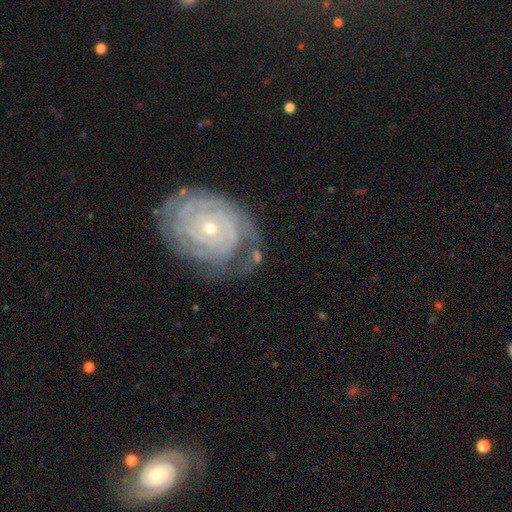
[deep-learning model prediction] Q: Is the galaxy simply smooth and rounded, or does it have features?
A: featured or disk — 84%.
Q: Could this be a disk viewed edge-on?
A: no — 97%.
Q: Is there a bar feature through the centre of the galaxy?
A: no — 79%.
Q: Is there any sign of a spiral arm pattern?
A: yes — 93%.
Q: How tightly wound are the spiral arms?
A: tight — 81%.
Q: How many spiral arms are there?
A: can't tell — 33%.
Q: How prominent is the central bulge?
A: small — 59%.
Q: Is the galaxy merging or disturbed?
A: none — 62%.